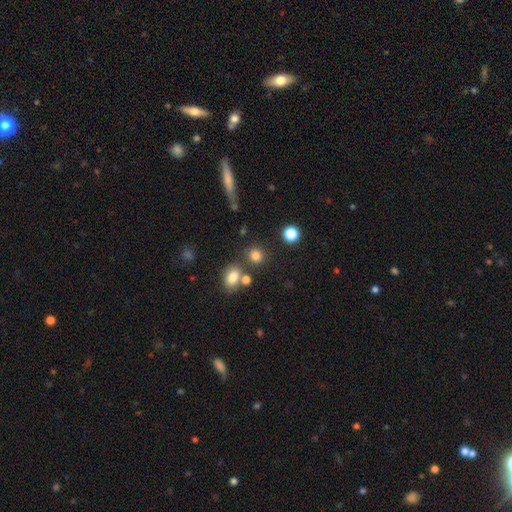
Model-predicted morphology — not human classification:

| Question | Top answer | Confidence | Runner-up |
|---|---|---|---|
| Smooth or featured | smooth | 80% | star or artifact (14%) |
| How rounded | round | 78% | in between (21%) |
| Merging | none | 72% | merger (14%) |